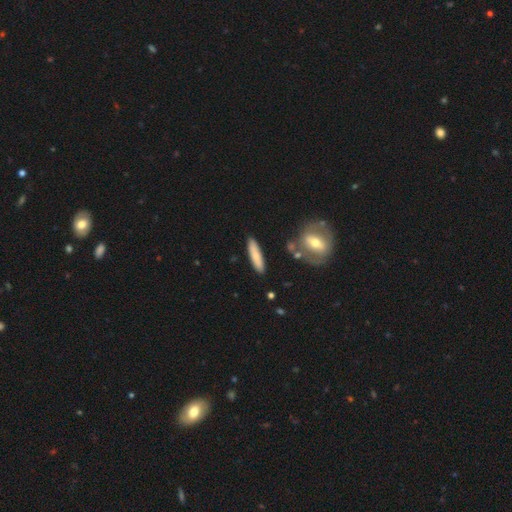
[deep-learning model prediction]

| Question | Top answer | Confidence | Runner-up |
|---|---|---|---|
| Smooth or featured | smooth | 68% | featured or disk (26%) |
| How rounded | cigar-shaped | 80% | in between (18%) |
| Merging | none | 84% | minor disturbance (10%) |